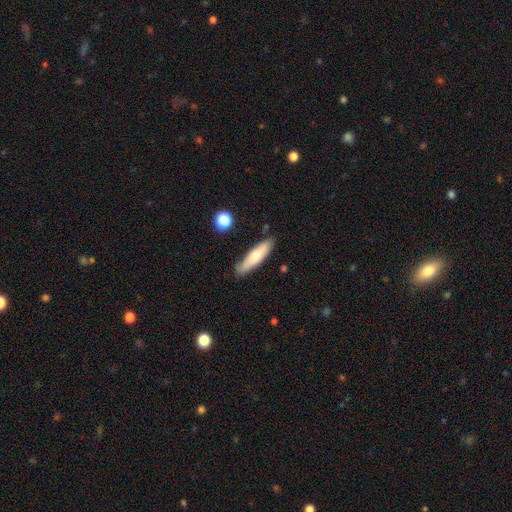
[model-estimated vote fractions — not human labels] Overall: smooth (69%). How rounded: cigar-shaped (69%). Merging: none (80%).